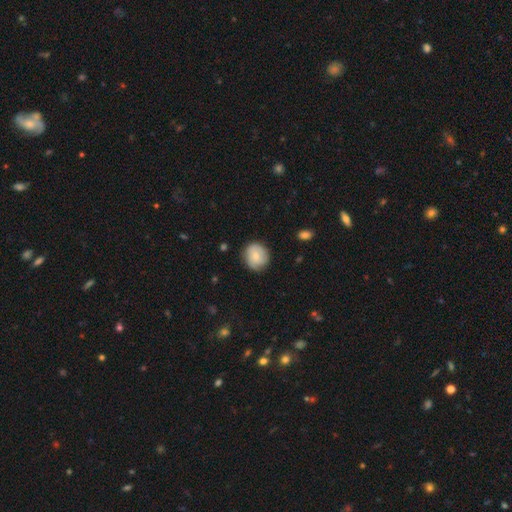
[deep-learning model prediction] This is likely a smooth galaxy (72%). How rounded: clearly round (86%). Merging: likely none (79%).